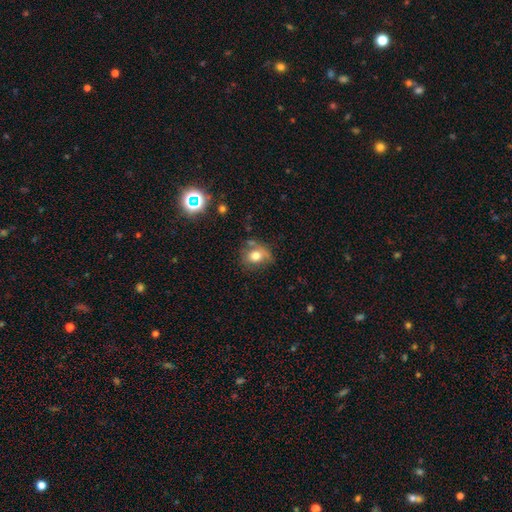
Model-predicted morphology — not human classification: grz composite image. It shows a smooth galaxy with no disk features (70%) that is round (58%). Merging: none (50%).